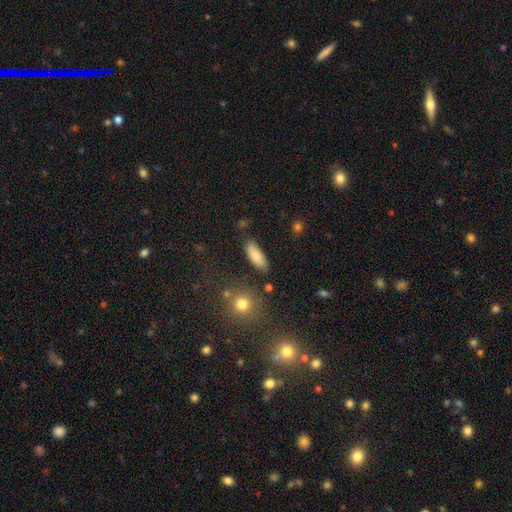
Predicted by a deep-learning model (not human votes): smooth_or_featured: smooth (p=0.81) [alt: featured or disk p=0.11]
how_rounded: in between (p=0.73) [alt: cigar-shaped p=0.24]
merging: none (p=0.77) [alt: minor disturbance p=0.15]